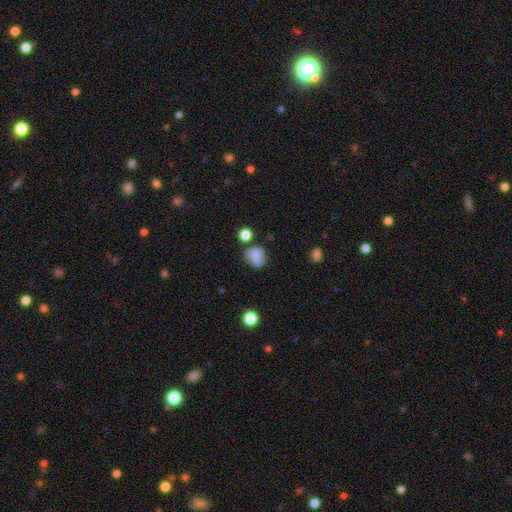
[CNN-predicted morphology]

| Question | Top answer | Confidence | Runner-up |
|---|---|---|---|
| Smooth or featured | smooth | 64% | featured or disk (24%) |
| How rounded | round | 67% | in between (32%) |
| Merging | none | 55% | minor disturbance (26%) |